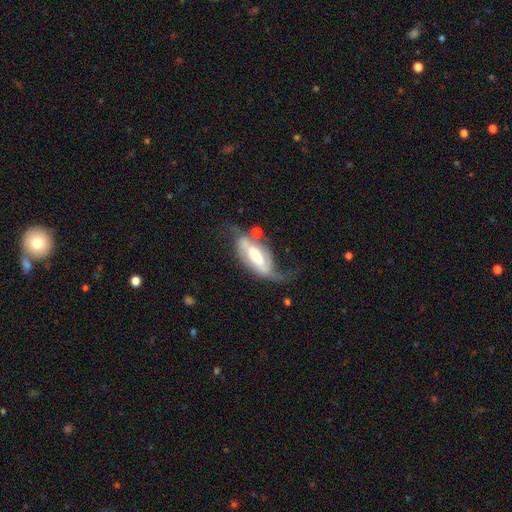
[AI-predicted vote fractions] A featured or disk galaxy (71%) with a strong bar (42%), 2 (74%) loose (55%) spiral arms (82%) and a moderate central bulge (56%).

Vote fractions:
- Smooth or featured? featured or disk: 71% / smooth: 23% / star or artifact: 6%
- Edge-on disk? no: 86% / yes: 14%
- Bar? strong: 42% / weak: 33% / no: 25%
- Spiral arms? yes: 82% / no: 18%
- Spiral winding? loose: 55% / medium: 31% / tight: 15%
- Spiral arm count? 2: 74% / 1: 12% / can't tell: 11% / 3: 1% / 4: 1% / more than 4: 1%
- Bulge size? moderate: 56% / small: 23% / large: 15% / none: 3% / dominant: 3%
- Merging? none: 35% / major disturbance: 32% / minor disturbance: 25% / merger: 9%